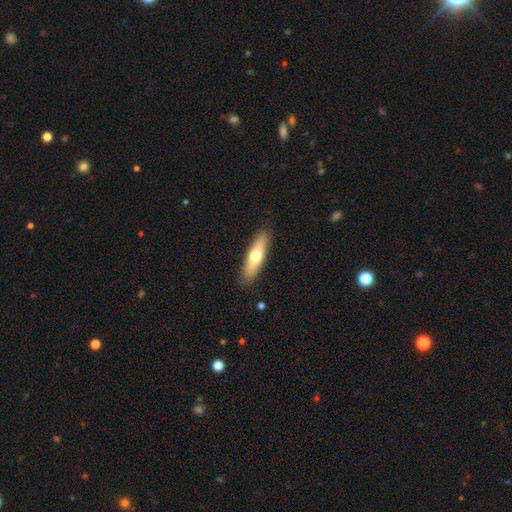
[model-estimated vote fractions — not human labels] smooth-or-featured: smooth: 62% | featured or disk: 32% | star or artifact: 5%
  how-rounded: cigar-shaped: 71% | in between: 27% | round: 2%
  merging: none: 88% | minor disturbance: 9% | major disturbance: 2% | merger: 1%